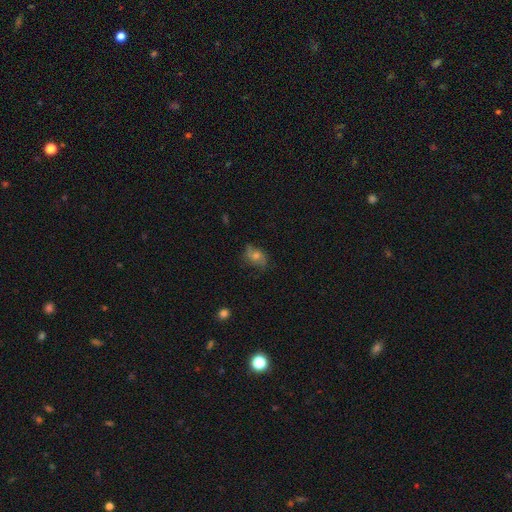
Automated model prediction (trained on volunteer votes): smooth_or_featured: featured or disk (p=0.44) [alt: smooth p=0.39]
merging: none (p=0.70) [alt: minor disturbance p=0.21]